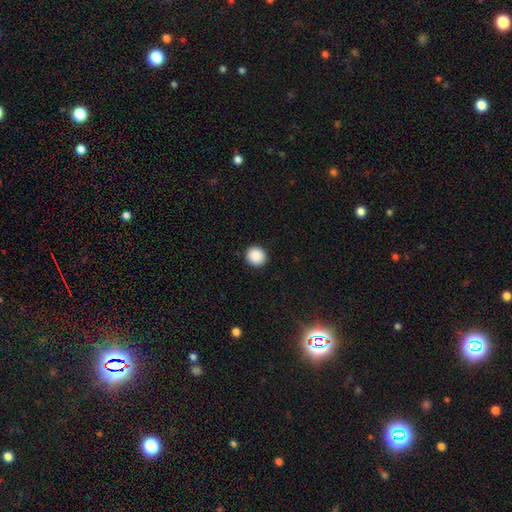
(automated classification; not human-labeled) This is clearly a smooth galaxy (89%). How rounded: clearly round (92%). Merging: clearly none (93%).